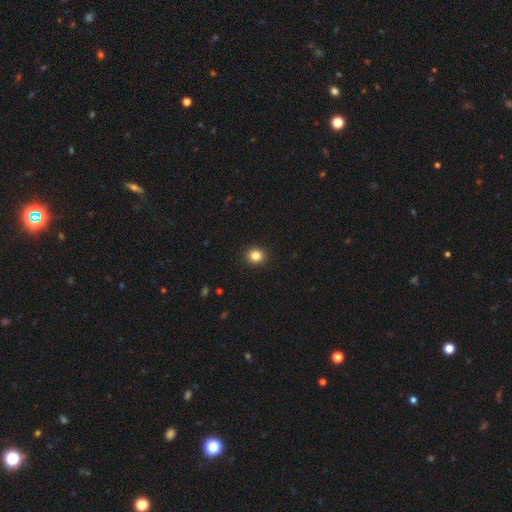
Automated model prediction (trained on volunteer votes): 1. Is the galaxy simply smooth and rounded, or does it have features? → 84% smooth, 11% star or artifact, 5% featured or disk.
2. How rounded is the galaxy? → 80% round, 19% in between, 1% cigar-shaped.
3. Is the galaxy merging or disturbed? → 92% none, 5% minor disturbance, 2% major disturbance, 1% merger.